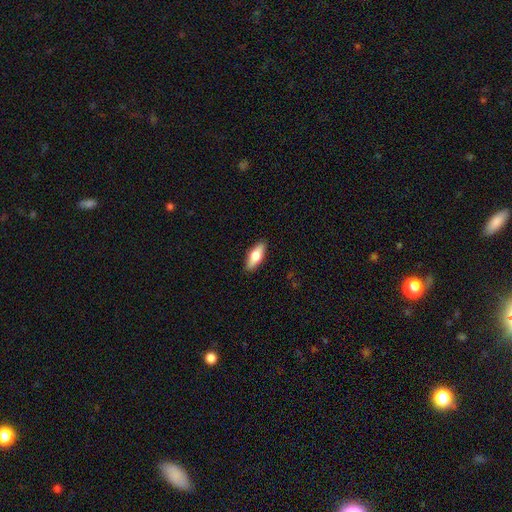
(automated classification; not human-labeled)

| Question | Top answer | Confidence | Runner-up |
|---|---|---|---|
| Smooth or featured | smooth | 67% | featured or disk (27%) |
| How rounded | in between | 66% | cigar-shaped (31%) |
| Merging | none | 89% | minor disturbance (8%) |